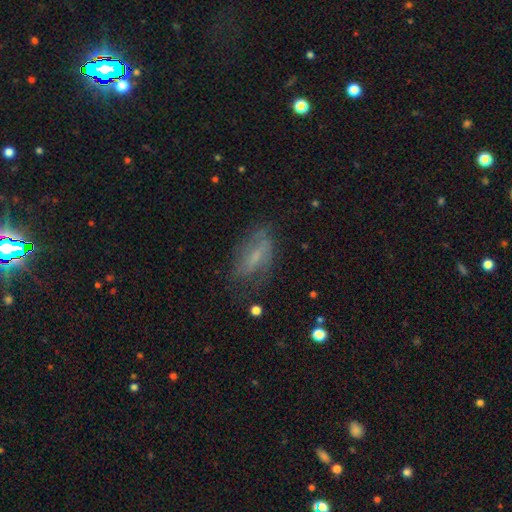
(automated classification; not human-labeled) Q: Smooth or featured?
A: featured or disk (49%); runner-up: smooth (41%)
Q: Merging?
A: none (59%); runner-up: minor disturbance (25%)